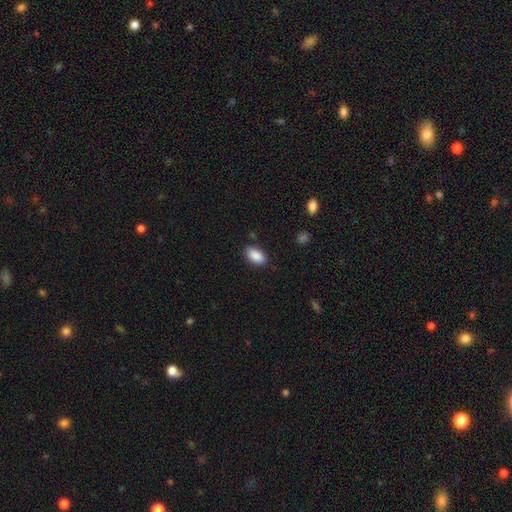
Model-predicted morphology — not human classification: A smooth galaxy with no disk features (90%) that is in between round and cigar-shaped (93%).

Vote fractions:
- Smooth or featured? smooth: 90% / star or artifact: 7% / featured or disk: 3%
- How rounded? in between: 93% / round: 5% / cigar-shaped: 2%
- Merging? none: 85% / minor disturbance: 11% / major disturbance: 3% / merger: 1%